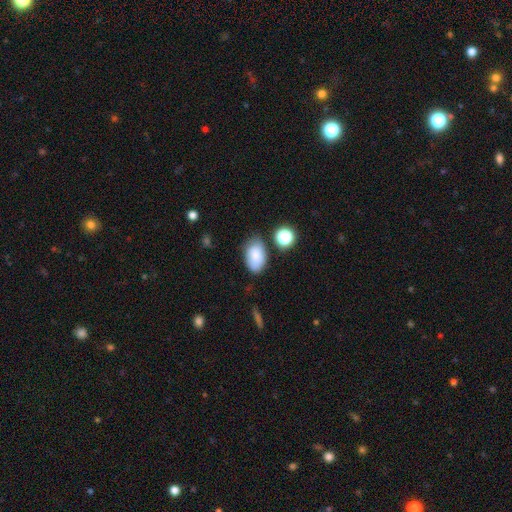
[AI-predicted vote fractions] smooth_or_featured: smooth (p=0.82) [alt: star or artifact p=0.09]
how_rounded: in between (p=0.90) [alt: round p=0.08]
merging: none (p=0.68) [alt: minor disturbance p=0.21]